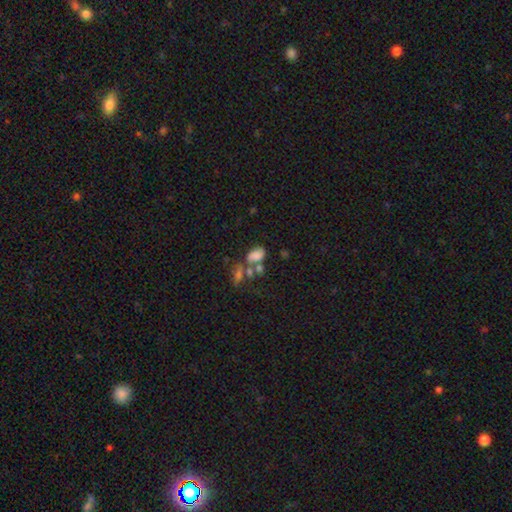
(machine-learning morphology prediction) A smooth galaxy with no disk features (72%) that is in between round and cigar-shaped (89%). Merging: merger (42%).